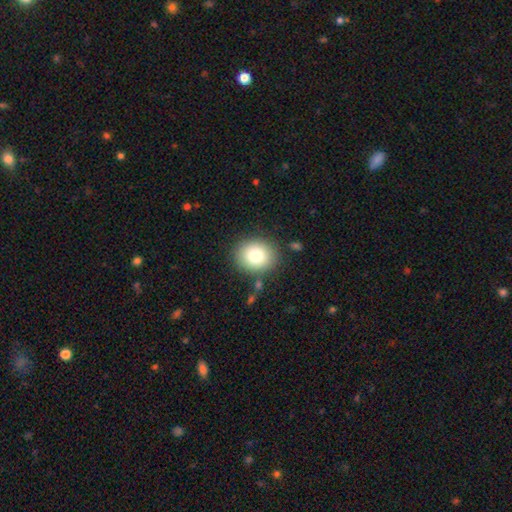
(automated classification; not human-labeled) Smooth or featured?
  - smooth: 79% *
  - featured or disk: 11%
  - star or artifact: 10%
How rounded?
  - round: 68% *
  - in between: 31%
  - cigar-shaped: 1%
Merging?
  - none: 84% *
  - minor disturbance: 10%
  - major disturbance: 3%
  - merger: 3%